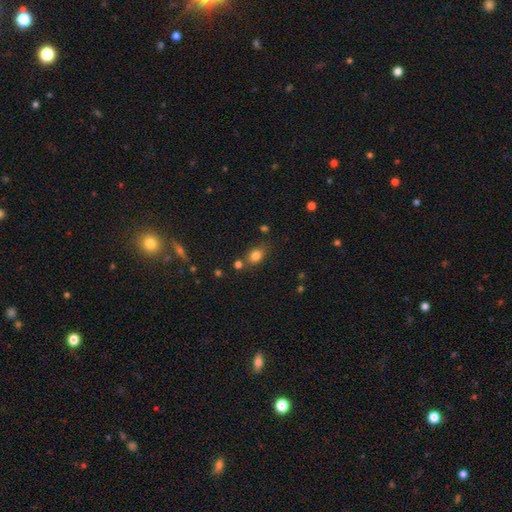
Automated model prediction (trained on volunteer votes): Overall: smooth (81%). How rounded: in between (67%; round 30%). Merging: none (67%).